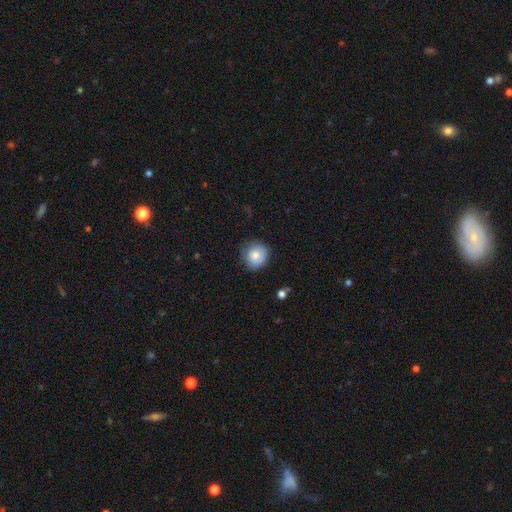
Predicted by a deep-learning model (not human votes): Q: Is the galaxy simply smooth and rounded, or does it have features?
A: smooth — 79%.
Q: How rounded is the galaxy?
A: round — 88%.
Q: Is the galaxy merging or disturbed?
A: none — 76%.